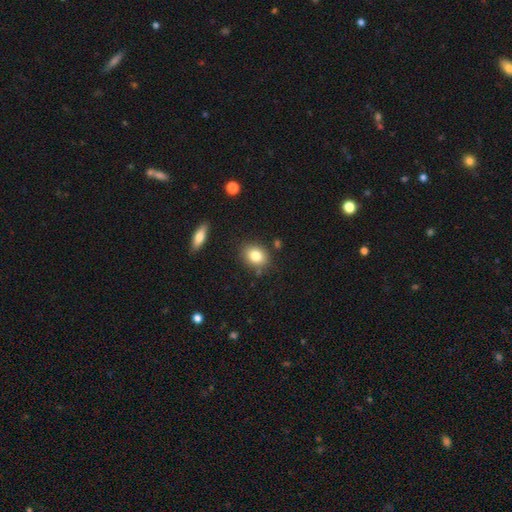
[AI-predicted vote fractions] smooth 81%, featured or disk 9%, star or artifact 9%. Down the decision tree: how rounded — in between (58%); merging — none (82%).